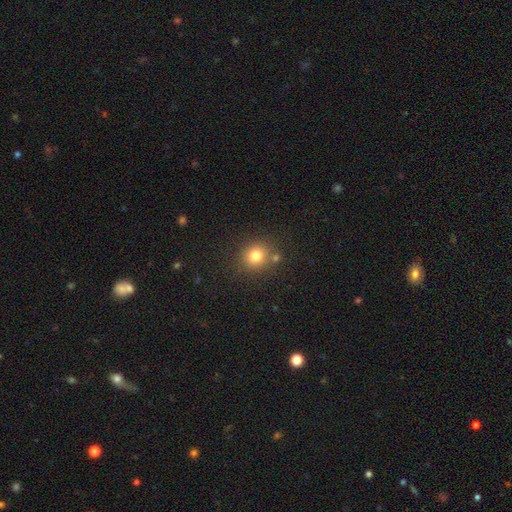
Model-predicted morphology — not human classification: Smooth or featured? Predicted: smooth (p=0.79). How rounded? Predicted: round (p=0.85). Merging? Predicted: none (p=0.78).